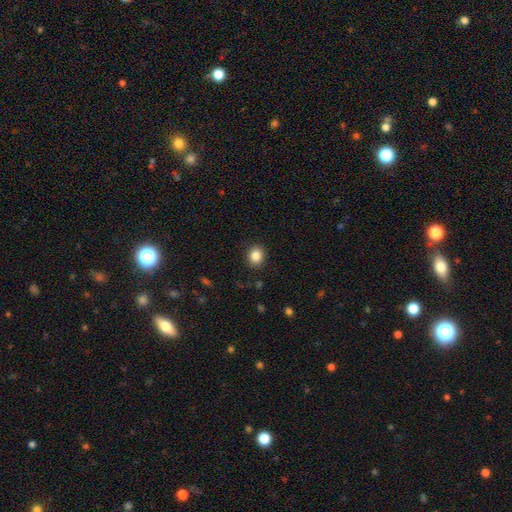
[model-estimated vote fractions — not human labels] Smooth or featured? Predicted: smooth (p=0.85). How rounded? Predicted: round (p=0.66). Merging? Predicted: none (p=0.89).